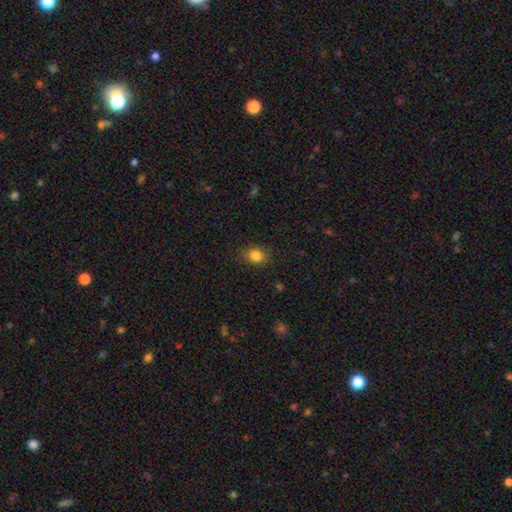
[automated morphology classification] Smooth or featured?
  - smooth: 84% *
  - star or artifact: 11%
  - featured or disk: 5%
How rounded?
  - round: 56% *
  - in between: 43%
  - cigar-shaped: 1%
Merging?
  - none: 85% *
  - minor disturbance: 11%
  - major disturbance: 3%
  - merger: 1%